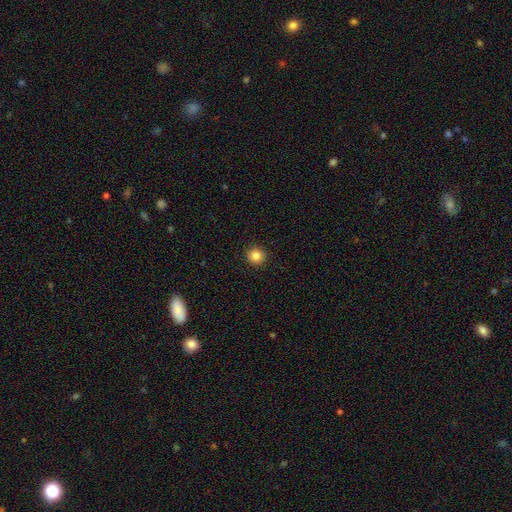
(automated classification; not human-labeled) smooth_or_featured: smooth (p=0.85) [alt: star or artifact p=0.11]
how_rounded: round (p=0.94) [alt: in between p=0.05]
merging: none (p=0.93) [alt: minor disturbance p=0.04]